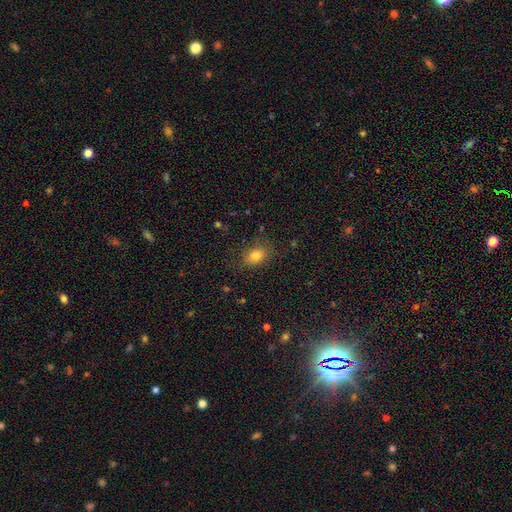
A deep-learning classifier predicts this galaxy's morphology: Q: Smooth or featured?
A: smooth (80%); runner-up: star or artifact (12%)
Q: How rounded?
A: in between (67%); runner-up: round (32%)
Q: Merging?
A: none (77%); runner-up: minor disturbance (16%)